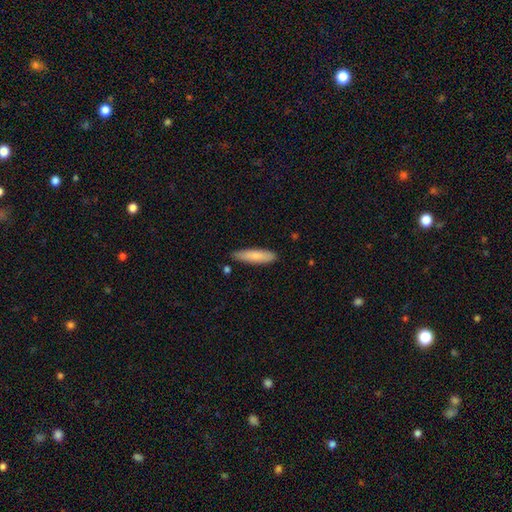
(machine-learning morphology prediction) Smooth or featured: smooth — 80% (featured or disk — 14%)
How rounded: cigar-shaped — 69% (in between — 29%)
Merging: none — 82% (minor disturbance — 14%)